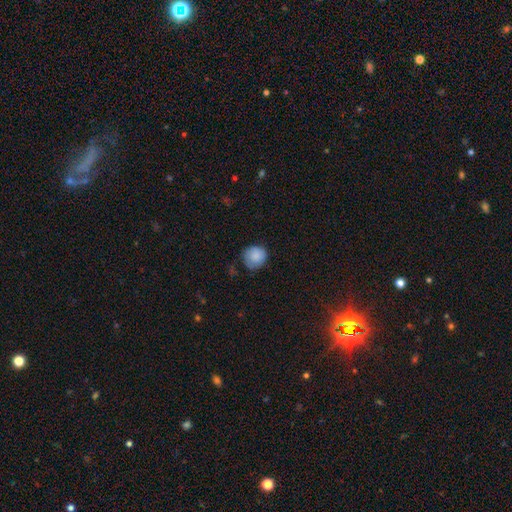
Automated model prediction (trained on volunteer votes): Smooth or featured? smooth (85%)
How rounded? round (89%)
Merging? none (65%)